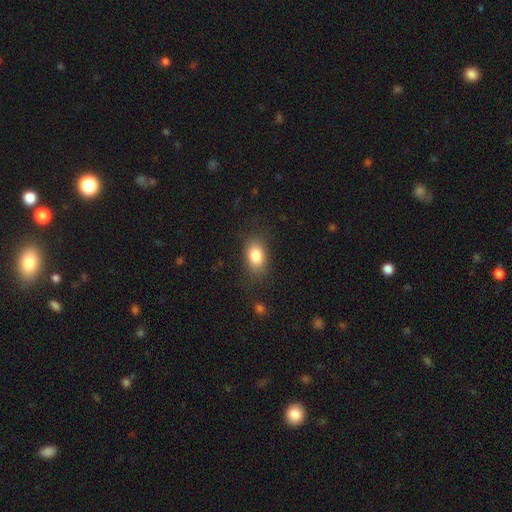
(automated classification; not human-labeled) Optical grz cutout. It shows a smooth galaxy with no disk features (83%) that is in between round and cigar-shaped (83%). Merging: none (81%).